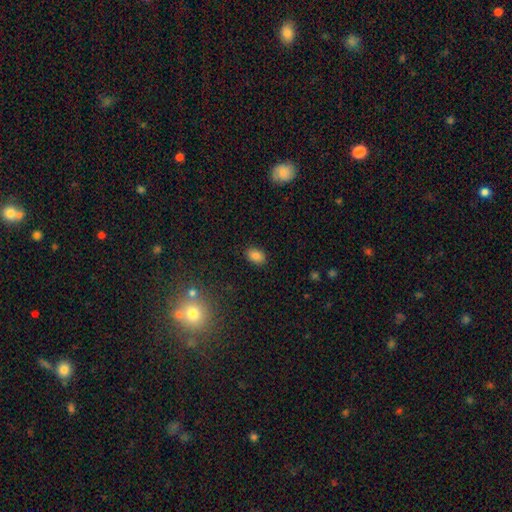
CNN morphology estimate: Q: Smooth or featured?
A: smooth (83%); runner-up: star or artifact (11%)
Q: How rounded?
A: in between (84%); runner-up: round (15%)
Q: Merging?
A: none (87%); runner-up: minor disturbance (10%)